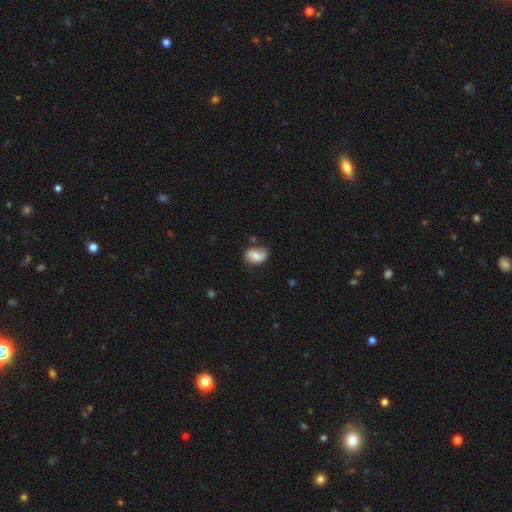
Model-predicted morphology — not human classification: This is possibly a smooth galaxy (47%). Merging: likely none (65%).